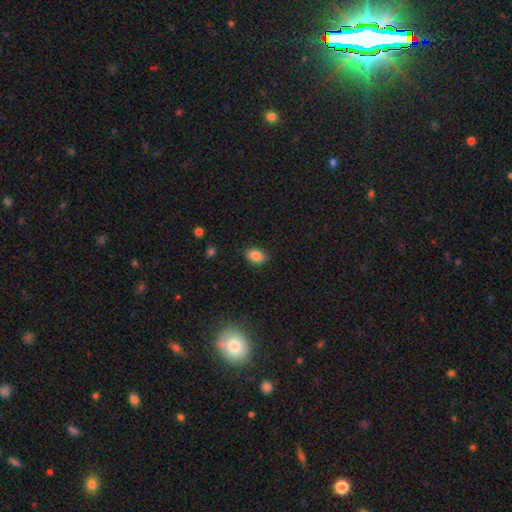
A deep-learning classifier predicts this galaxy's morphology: Smooth or featured?
  - smooth: 86% *
  - star or artifact: 9%
  - featured or disk: 5%
How rounded?
  - in between: 82% *
  - round: 17%
  - cigar-shaped: 1%
Merging?
  - none: 87% *
  - minor disturbance: 10%
  - major disturbance: 2%
  - merger: 1%